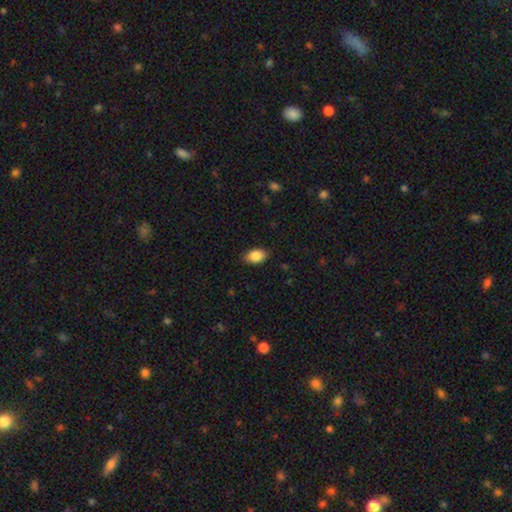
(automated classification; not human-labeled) Smooth or featured: smooth — 87% (star or artifact — 7%)
How rounded: in between — 89% (round — 10%)
Merging: none — 86% (minor disturbance — 11%)